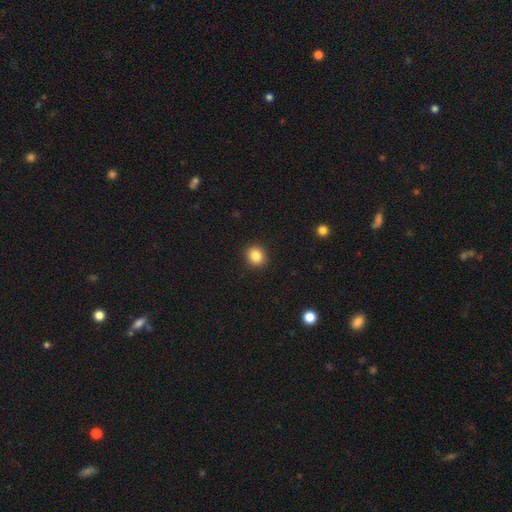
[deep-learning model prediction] smooth-or-featured: smooth: 85% | star or artifact: 10% | featured or disk: 5%
  how-rounded: round: 81% | in between: 18% | cigar-shaped: 1%
  merging: none: 92% | minor disturbance: 5% | major disturbance: 2% | merger: 1%